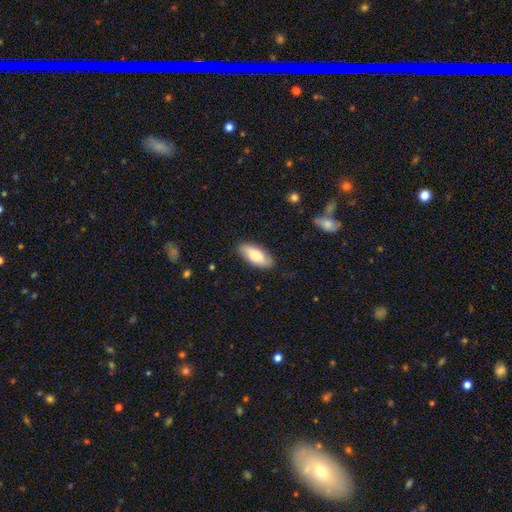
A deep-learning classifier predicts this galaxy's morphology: smooth_or_featured: smooth (p=0.77) [alt: featured or disk p=0.17]
how_rounded: in between (p=0.82) [alt: cigar-shaped p=0.16]
merging: none (p=0.83) [alt: minor disturbance p=0.13]